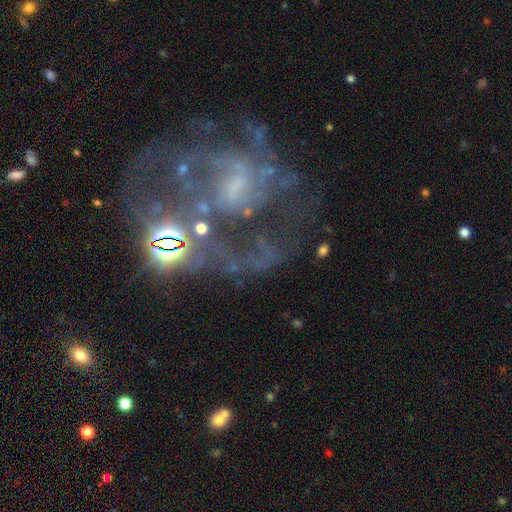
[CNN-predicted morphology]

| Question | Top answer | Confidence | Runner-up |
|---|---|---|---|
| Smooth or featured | featured or disk | 71% | star or artifact (19%) |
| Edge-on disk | no | 97% | yes (3%) |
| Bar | no | 54% | weak (35%) |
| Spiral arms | yes | 64% | no (36%) |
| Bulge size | small | 41% | none (37%) |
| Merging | none | 41% | major disturbance (32%) |